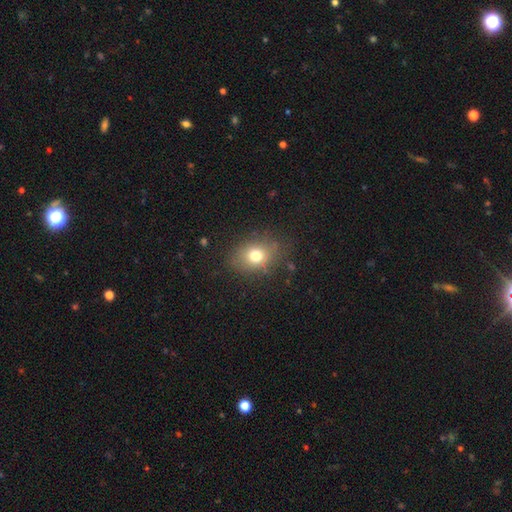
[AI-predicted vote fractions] smooth 74%, star or artifact 13%, featured or disk 13%. Down the decision tree: how rounded — in between (54%); merging — none (80%).